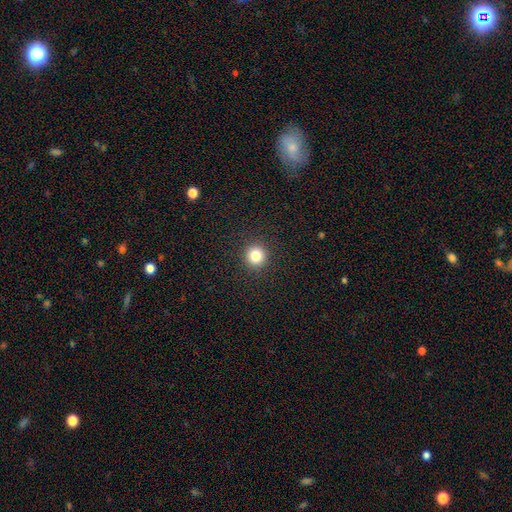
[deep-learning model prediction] smooth 83%, star or artifact 12%, featured or disk 5%. Down the decision tree: how rounded — round (94%); merging — none (92%).